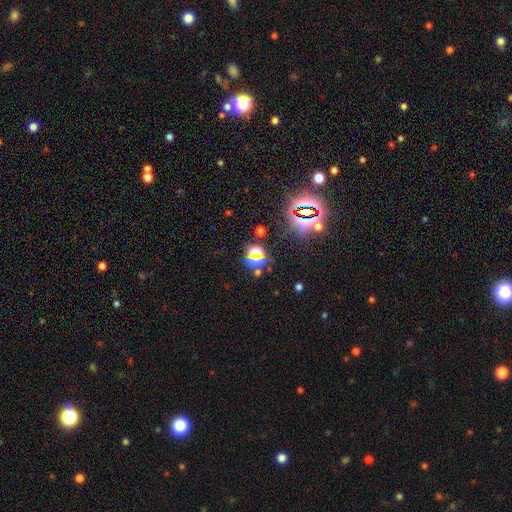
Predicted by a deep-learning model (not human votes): A star or artifact, not a galaxy (68%).